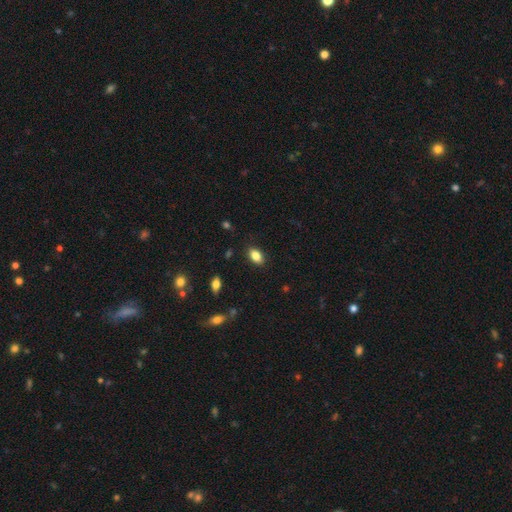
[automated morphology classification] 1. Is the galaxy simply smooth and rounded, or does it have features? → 85% smooth, 8% star or artifact, 7% featured or disk.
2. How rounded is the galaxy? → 90% in between, 8% round, 3% cigar-shaped.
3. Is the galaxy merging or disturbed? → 86% none, 11% minor disturbance, 2% major disturbance, 1% merger.